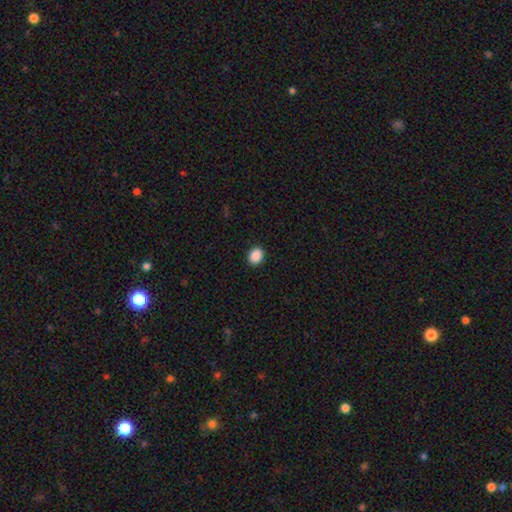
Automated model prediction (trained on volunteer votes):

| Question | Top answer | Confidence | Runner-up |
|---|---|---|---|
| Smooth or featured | smooth | 90% | star or artifact (8%) |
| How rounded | in between | 54% | round (45%) |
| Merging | none | 91% | minor disturbance (6%) |